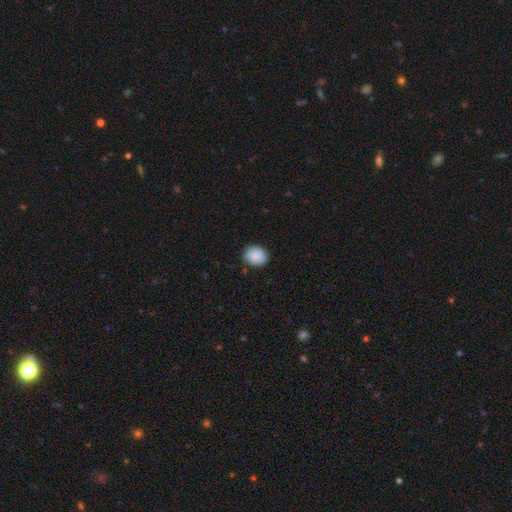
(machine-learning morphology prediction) smooth-or-featured: smooth: 88% | star or artifact: 7% | featured or disk: 5%
  how-rounded: round: 65% | in between: 34% | cigar-shaped: 1%
  merging: none: 83% | minor disturbance: 13% | major disturbance: 2% | merger: 1%